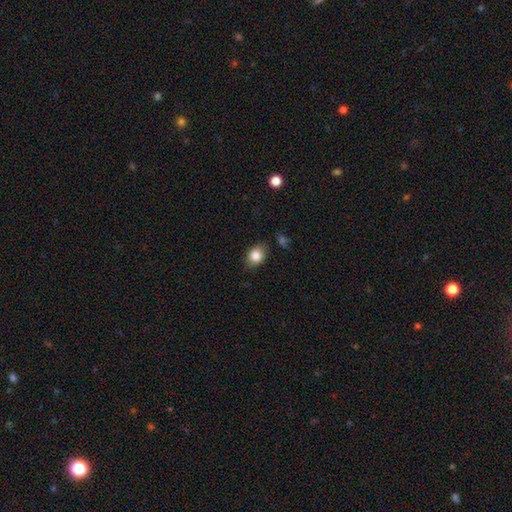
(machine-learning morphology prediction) A smooth galaxy with no disk features (83%) that is in between round and cigar-shaped (69%). Merging: none (81%).